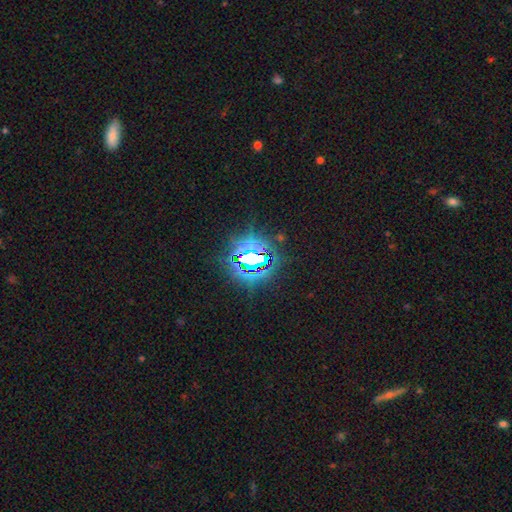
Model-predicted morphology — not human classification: Smooth or featured? Predicted: star or artifact (p=0.81).